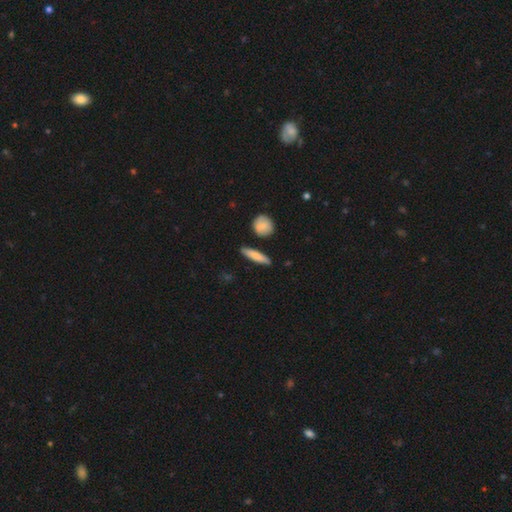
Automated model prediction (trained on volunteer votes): This appears to be a smooth galaxy with no disk features (75%) that is cigar-shaped (82%). Merging: none (87%).